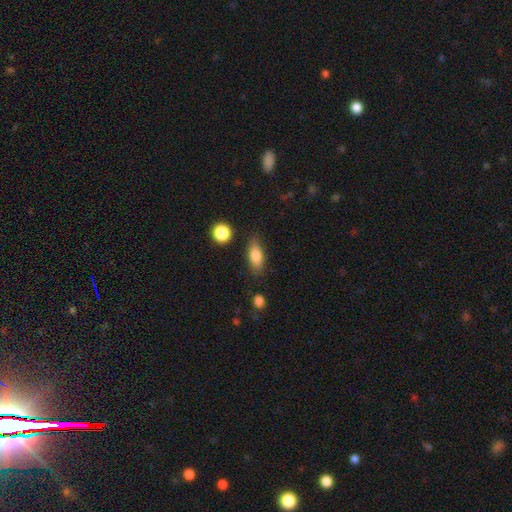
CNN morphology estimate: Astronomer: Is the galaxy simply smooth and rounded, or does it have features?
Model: smooth — 78%.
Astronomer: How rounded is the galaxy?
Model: in between — 75%.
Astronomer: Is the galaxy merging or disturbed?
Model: none — 78%.